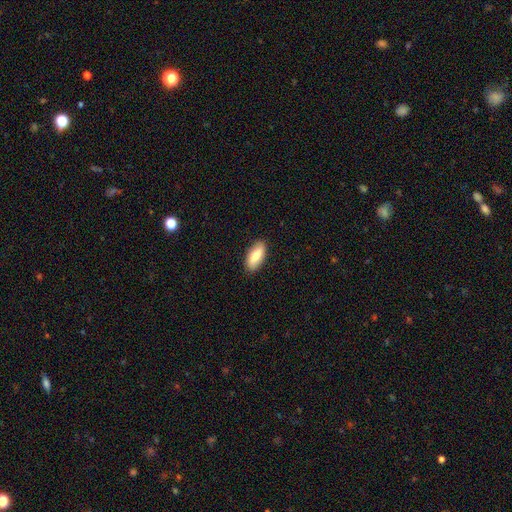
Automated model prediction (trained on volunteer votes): Overall: smooth (74%). How rounded: in between (86%). Merging: none (88%).